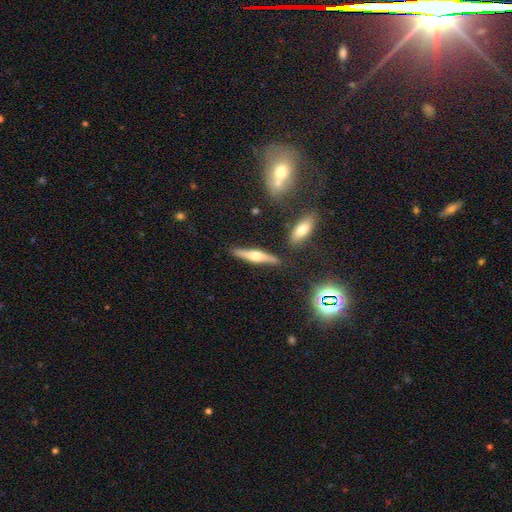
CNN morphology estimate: Smooth or featured: featured or disk — 60% (smooth — 33%)
Edge-on disk: yes — 96% (no — 4%)
Edge-on bulge: rounded — 87% (boxy — 8%)
Merging: none — 84% (minor disturbance — 9%)